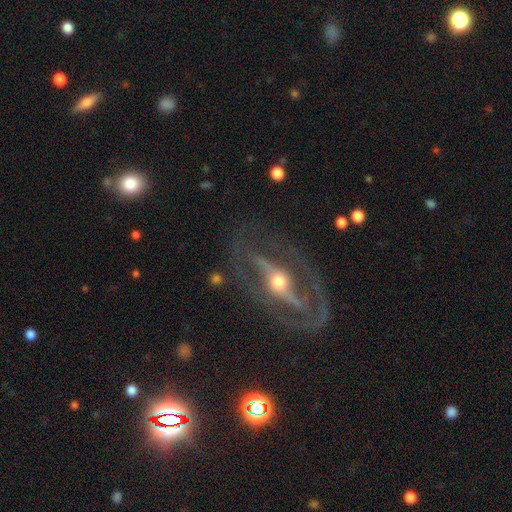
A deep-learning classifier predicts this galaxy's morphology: smooth_or_featured: featured or disk (p=0.85) [alt: smooth p=0.08]
disk_edge_on: no (p=0.87) [alt: yes p=0.13]
bar: strong (p=0.47) [alt: weak p=0.28]
has_spiral_arms: yes (p=0.78) [alt: no p=0.22]
spiral_winding: medium (p=0.43) [alt: tight p=0.35]
spiral_arm_count: 2 (p=0.68) [alt: can't tell p=0.16]
bulge_size: moderate (p=0.56) [alt: small p=0.38]
merging: none (p=0.67) [alt: minor disturbance p=0.16]